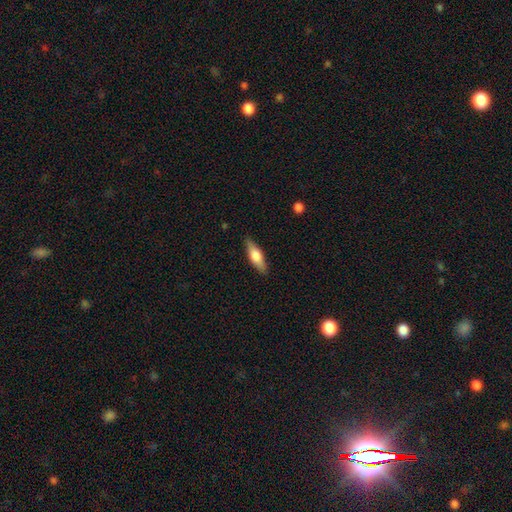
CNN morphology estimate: This appears to be a smooth galaxy with no disk features (60%) that is cigar-shaped (52%). Merging: none (87%).